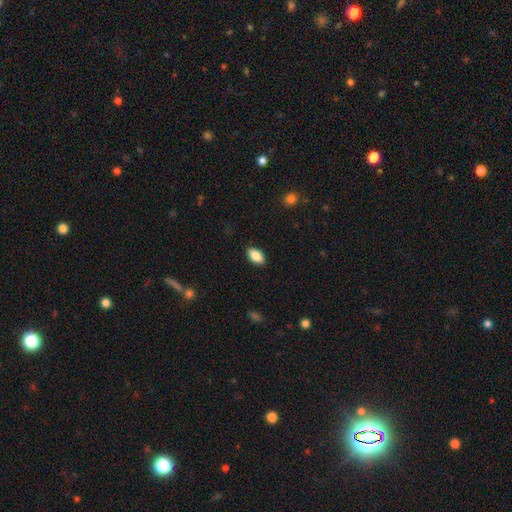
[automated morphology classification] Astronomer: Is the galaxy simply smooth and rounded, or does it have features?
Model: smooth — 86%.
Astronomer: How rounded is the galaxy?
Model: in between — 92%.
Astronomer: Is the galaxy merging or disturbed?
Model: none — 89%.